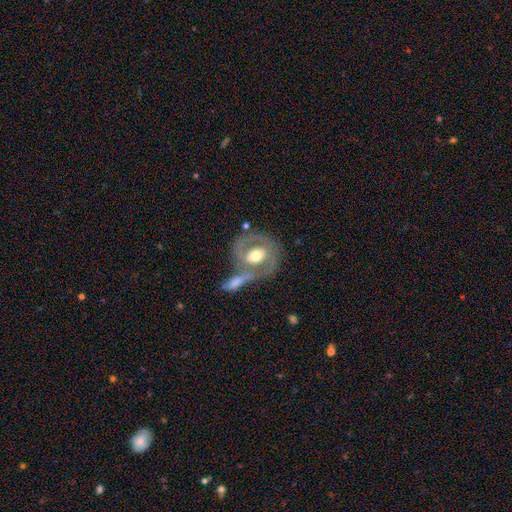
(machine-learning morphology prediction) Overall: featured or disk (66%; smooth 28%). Edge-on disk: no (94%). Bar: no (51%; weak 30%). Spiral arms: yes (54%; no 46%). Bulge size: moderate (70%). Merging: none (54%; merger 23%).